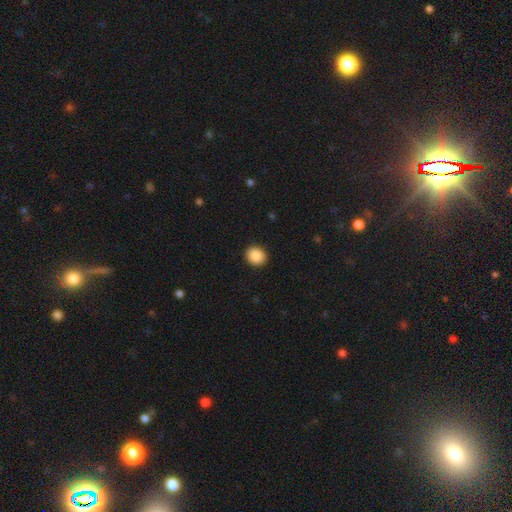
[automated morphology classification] smooth 89%, star or artifact 8%, featured or disk 3%. Down the decision tree: how rounded — round (76%); merging — none (91%).